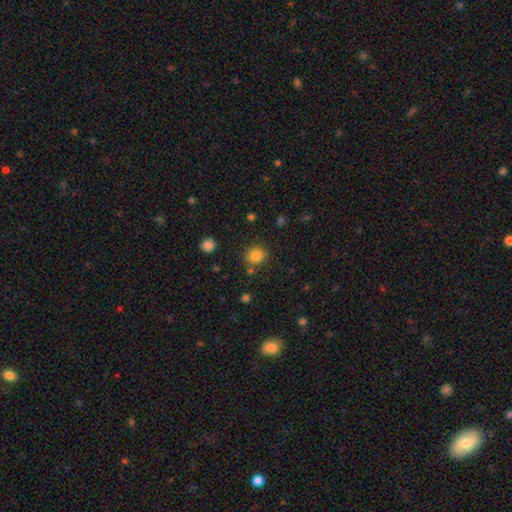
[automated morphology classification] This appears to be a smooth galaxy with no disk features (83%) that is round (81%). Merging: none (79%).